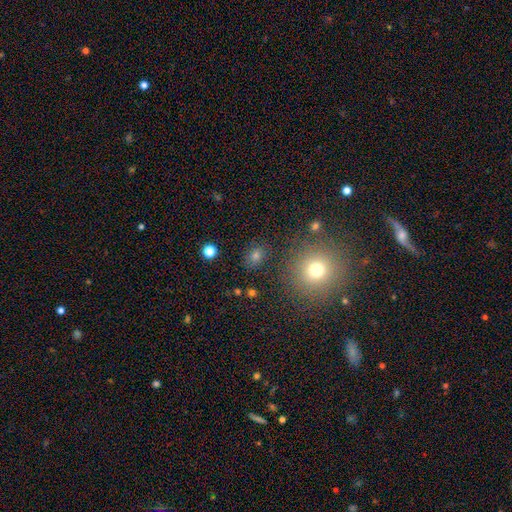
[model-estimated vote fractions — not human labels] Smooth or featured?
  - smooth: 67% *
  - star or artifact: 25%
  - featured or disk: 8%
How rounded?
  - round: 57% *
  - in between: 41%
  - cigar-shaped: 2%
Merging?
  - none: 86% *
  - minor disturbance: 8%
  - major disturbance: 3%
  - merger: 2%